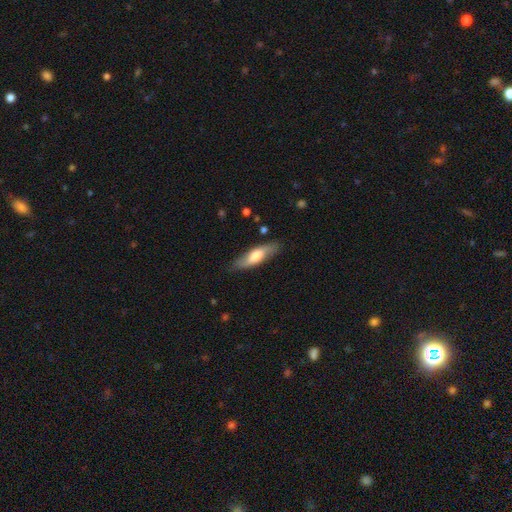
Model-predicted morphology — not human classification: A smooth galaxy with no disk features (59%) that is cigar-shaped (53%).

Vote fractions:
- Smooth or featured? smooth: 59% / featured or disk: 35% / star or artifact: 6%
- How rounded? cigar-shaped: 53% / in between: 44% / round: 2%
- Merging? none: 81% / minor disturbance: 15% / major disturbance: 3% / merger: 1%